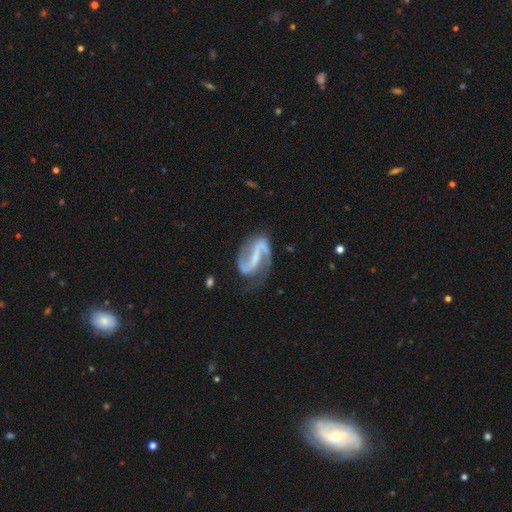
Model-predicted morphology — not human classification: featured or disk 90%, smooth 5%, star or artifact 5%. Down the decision tree: edge-on disk — no (98%); bar — strong (54%); spiral arms — yes (97%); spiral arm count — 2 (92%); spiral winding — medium (46%); bulge size — none (44%); merging — none (70%).